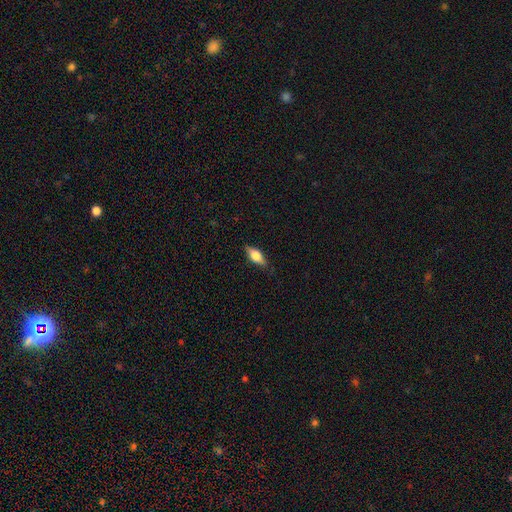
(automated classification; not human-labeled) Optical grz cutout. It shows a smooth galaxy with no disk features (60%) that is in between round and cigar-shaped (76%). Merging: none (82%).